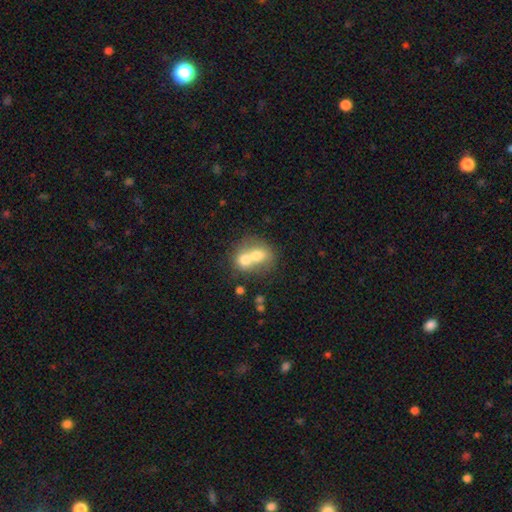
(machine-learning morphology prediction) Smooth or featured: smooth — 66% (featured or disk — 25%)
How rounded: round — 58% (in between — 41%)
Merging: merger — 71% (none — 20%)